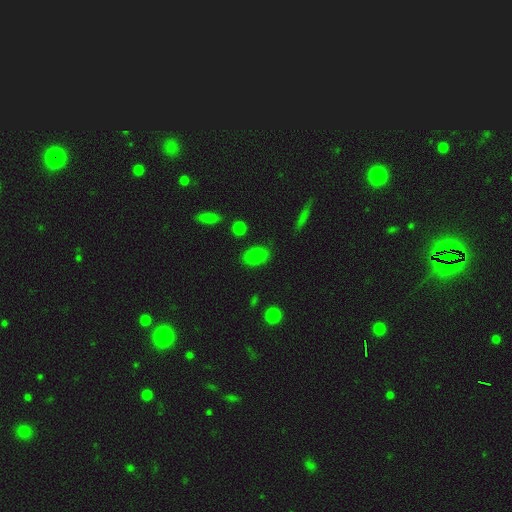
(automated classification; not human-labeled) This appears to be a smooth galaxy with no disk features (86%) that is in between round and cigar-shaped (88%). Merging: none (85%).